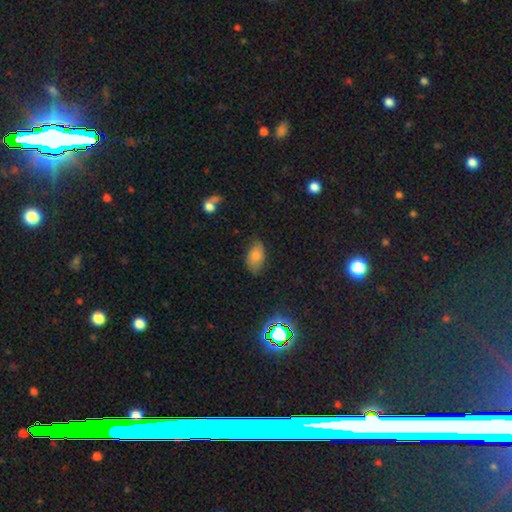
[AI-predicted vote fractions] A smooth galaxy with no disk features (72%) that is in between round and cigar-shaped (91%).

Vote fractions:
- Smooth or featured? smooth: 72% / star or artifact: 15% / featured or disk: 13%
- How rounded? in between: 91% / round: 7% / cigar-shaped: 2%
- Merging? none: 75% / minor disturbance: 19% / major disturbance: 4% / merger: 2%